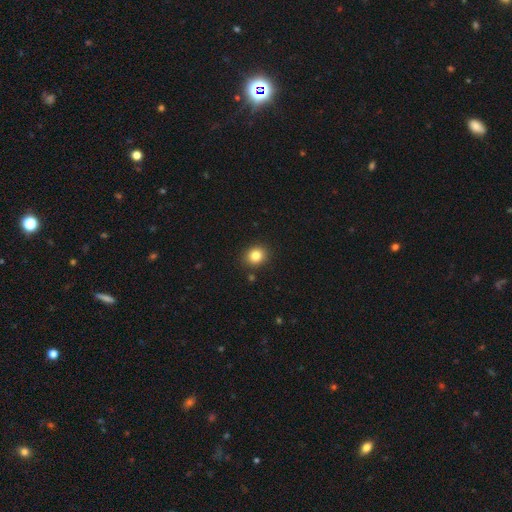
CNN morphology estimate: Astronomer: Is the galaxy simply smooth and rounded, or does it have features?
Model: smooth — 83%.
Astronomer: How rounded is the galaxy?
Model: round — 73%.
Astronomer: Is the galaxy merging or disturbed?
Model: none — 89%.